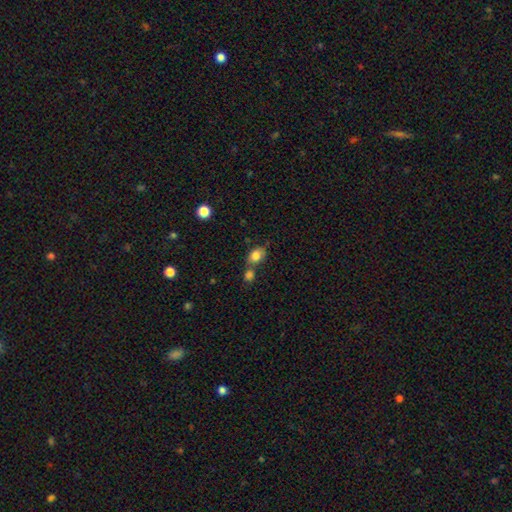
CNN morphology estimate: Overall: smooth (82%). How rounded: in between (68%; round 31%). Merging: none (44%; merger 36%).